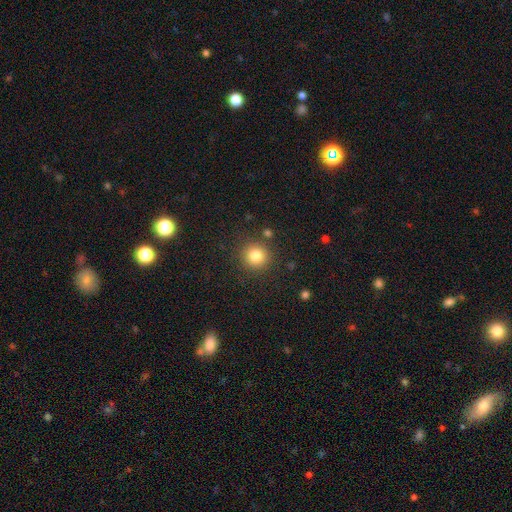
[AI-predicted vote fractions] smooth-or-featured: smooth: 82% | star or artifact: 12% | featured or disk: 6%
  how-rounded: round: 93% | in between: 6% | cigar-shaped: 1%
  merging: none: 87% | minor disturbance: 7% | merger: 3% | major disturbance: 3%